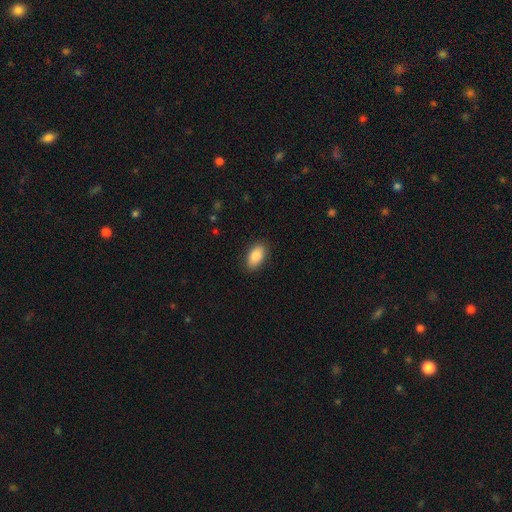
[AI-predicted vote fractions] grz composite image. It shows a smooth galaxy with no disk features (85%) that is in between round and cigar-shaped (93%). Merging: none (87%).